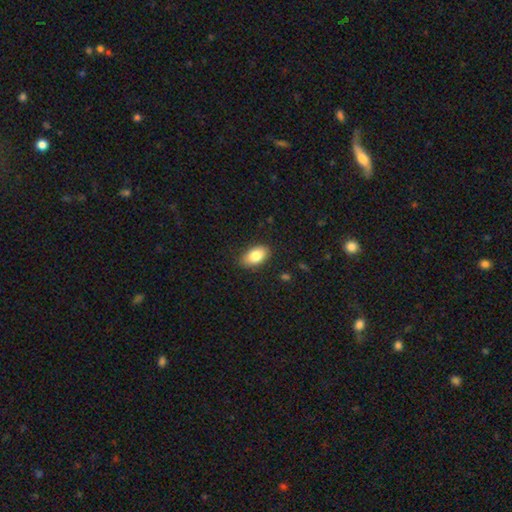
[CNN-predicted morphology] smooth 82%, featured or disk 10%, star or artifact 7%. Down the decision tree: how rounded — in between (91%); merging — none (85%).